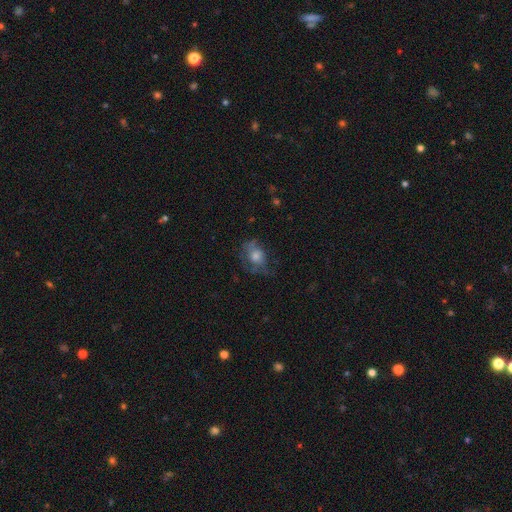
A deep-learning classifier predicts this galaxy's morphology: type=smooth (51%); roundness=in between (58%); merging=none (48%).